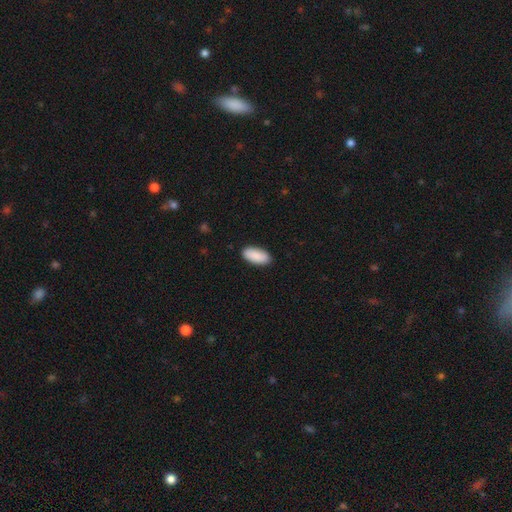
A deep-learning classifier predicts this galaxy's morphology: Smooth or featured: smooth — 91% (star or artifact — 6%)
How rounded: in between — 91% (cigar-shaped — 7%)
Merging: none — 89% (minor disturbance — 8%)